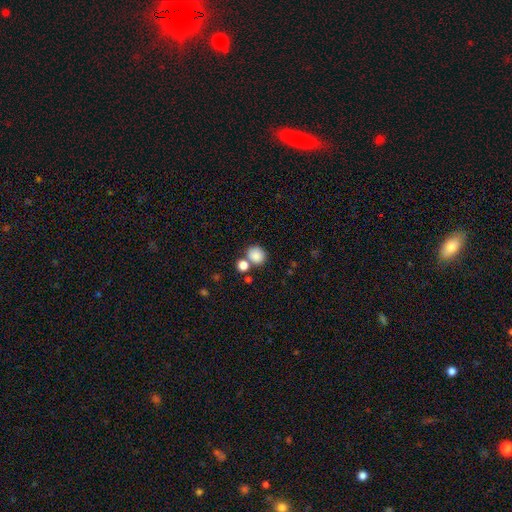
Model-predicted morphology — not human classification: smooth-or-featured: smooth: 85% | star or artifact: 10% | featured or disk: 6%
  how-rounded: round: 81% | in between: 18% | cigar-shaped: 1%
  merging: none: 61% | merger: 25% | minor disturbance: 10% | major disturbance: 4%